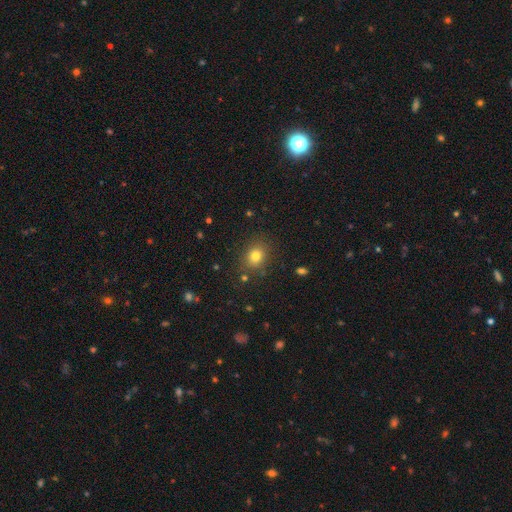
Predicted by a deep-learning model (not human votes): A smooth galaxy with no disk features (78%) that is round (59%). Merging: none (85%).